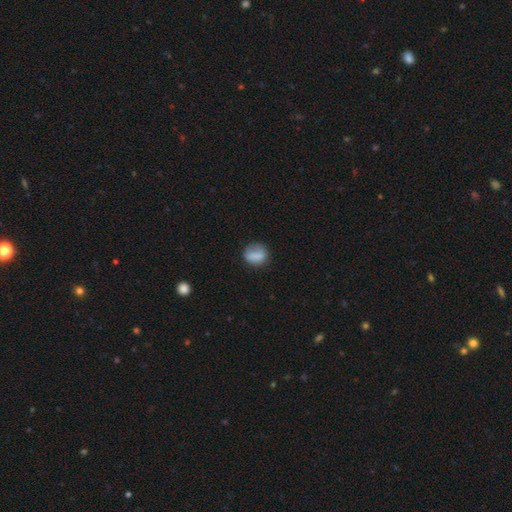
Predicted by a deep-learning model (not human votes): The model was most divided on "how rounded": round: 62%, in between: 36%, cigar-shaped: 2%. More confident: smooth or featured — smooth (80%); merging — none (66%).